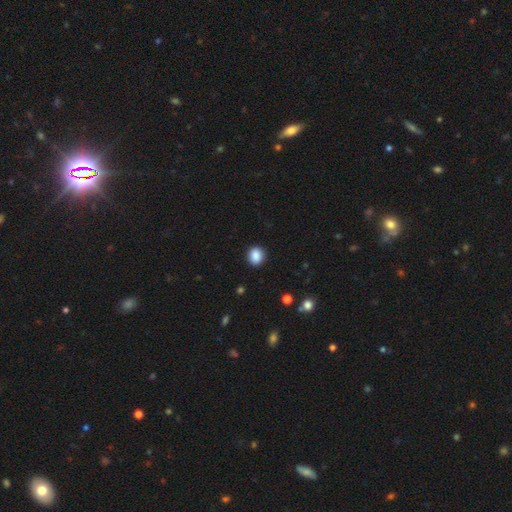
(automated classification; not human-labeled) smooth-or-featured: smooth: 88% | star or artifact: 9% | featured or disk: 3%
  how-rounded: round: 74% | in between: 25% | cigar-shaped: 1%
  merging: none: 91% | minor disturbance: 6% | major disturbance: 2% | merger: 1%